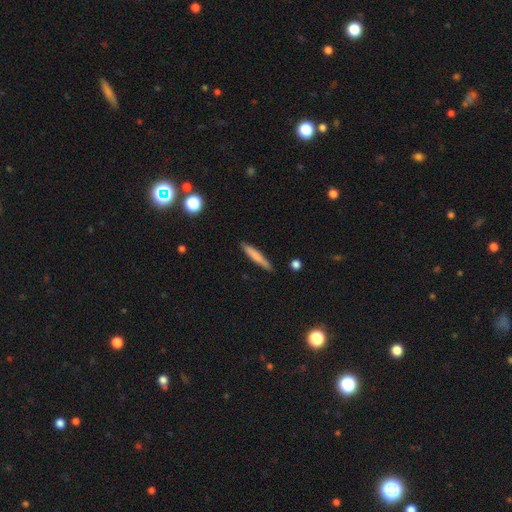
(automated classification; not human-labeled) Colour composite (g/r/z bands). It shows a smooth galaxy with no disk features (73%) that is cigar-shaped (94%). Merging: none (87%).